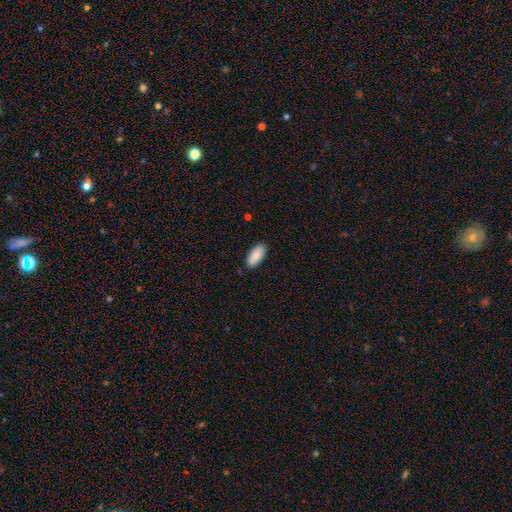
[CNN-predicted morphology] The model was most divided on "how rounded": in between: 89%, cigar-shaped: 10%, round: 2%. More confident: smooth or featured — smooth (89%); merging — none (88%).